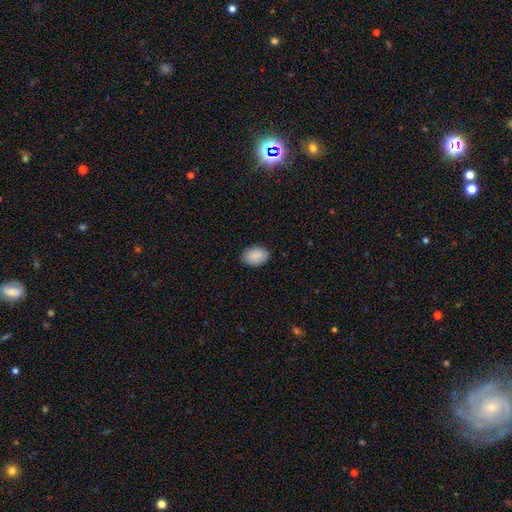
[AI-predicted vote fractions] Overall: smooth (87%). How rounded: in between (82%). Merging: none (85%).